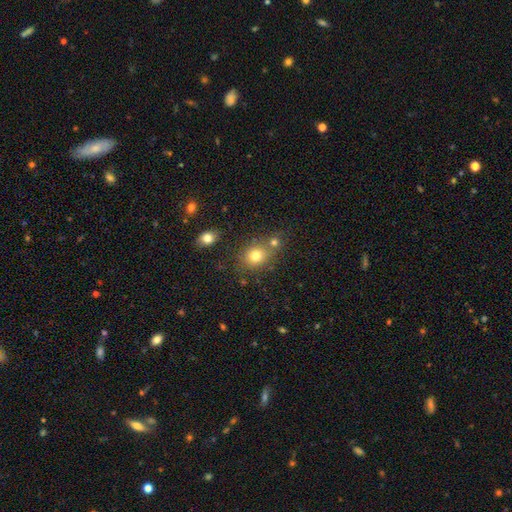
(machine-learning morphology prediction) smooth_or_featured: smooth (p=0.75) [alt: star or artifact p=0.14]
how_rounded: round (p=0.63) [alt: in between p=0.36]
merging: none (p=0.62) [alt: merger p=0.22]